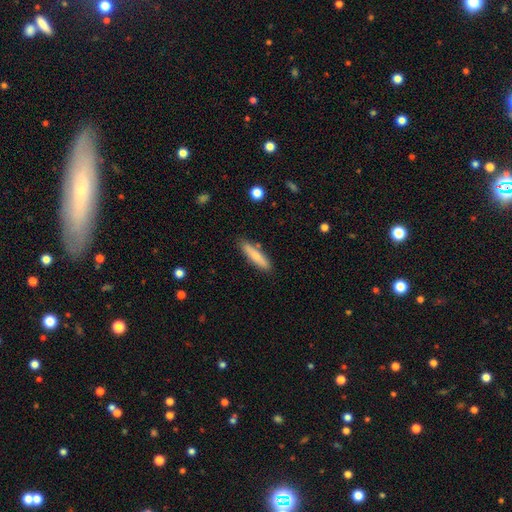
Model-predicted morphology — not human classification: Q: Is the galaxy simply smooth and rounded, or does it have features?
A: smooth — 74%.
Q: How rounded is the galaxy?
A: cigar-shaped — 81%.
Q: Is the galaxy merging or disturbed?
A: none — 83%.